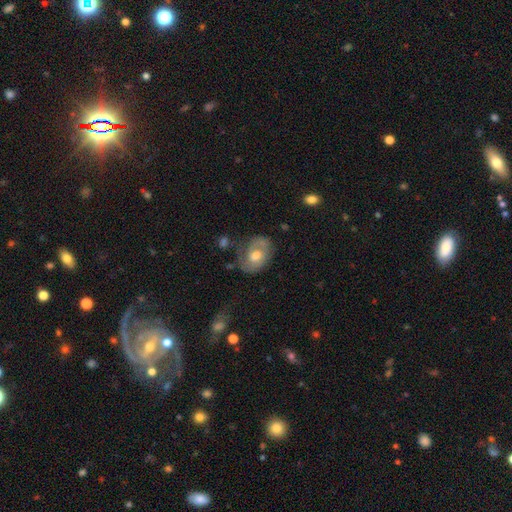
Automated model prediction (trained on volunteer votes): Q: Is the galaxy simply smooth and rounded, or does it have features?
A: featured or disk — 49%.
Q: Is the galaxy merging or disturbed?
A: none — 58%.